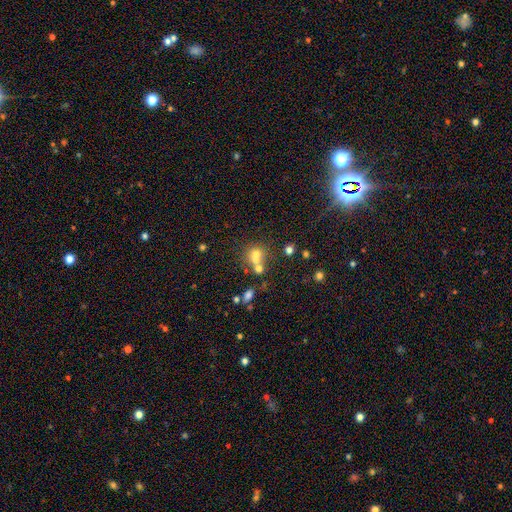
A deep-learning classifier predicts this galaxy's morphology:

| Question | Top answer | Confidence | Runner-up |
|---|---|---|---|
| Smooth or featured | smooth | 63% | featured or disk (19%) |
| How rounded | round | 78% | in between (21%) |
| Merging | merger | 47% | none (40%) |